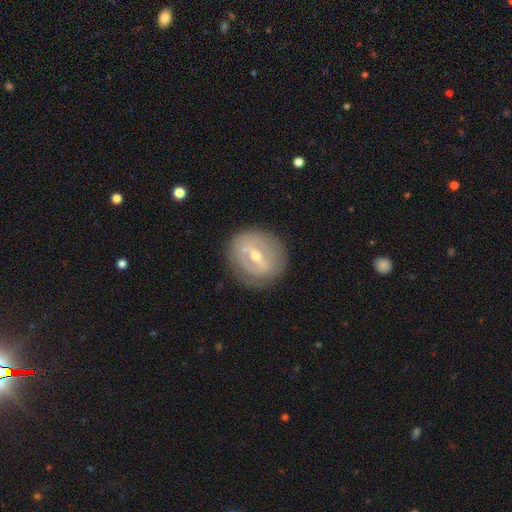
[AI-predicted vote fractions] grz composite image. It shows a featured or disk galaxy (69%) with a strong bar (45%), no spiral arms (64%) and a moderate central bulge (58%). Merging: none (81%).